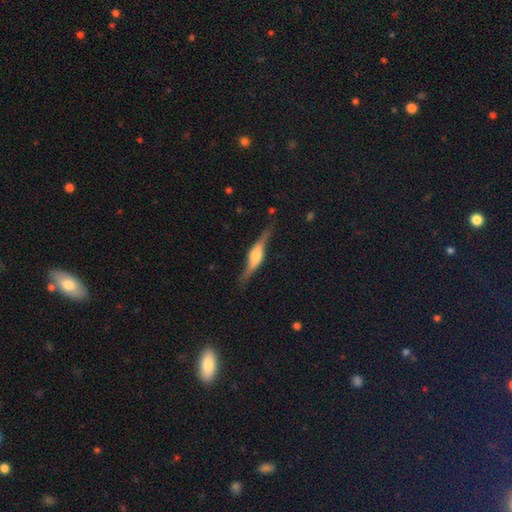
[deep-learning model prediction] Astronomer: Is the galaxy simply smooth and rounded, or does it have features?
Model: featured or disk — 74%.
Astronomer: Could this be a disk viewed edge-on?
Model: yes — 91%.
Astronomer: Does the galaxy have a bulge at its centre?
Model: rounded — 85%.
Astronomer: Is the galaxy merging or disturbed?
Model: none — 77%.